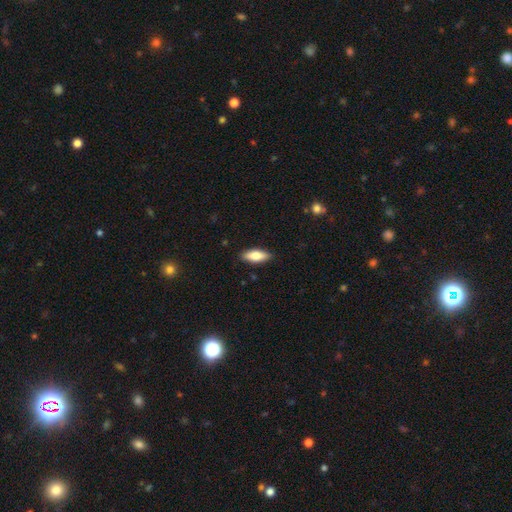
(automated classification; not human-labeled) smooth 78%, featured or disk 16%, star or artifact 6%. Down the decision tree: how rounded — in between (76%); merging — none (88%).